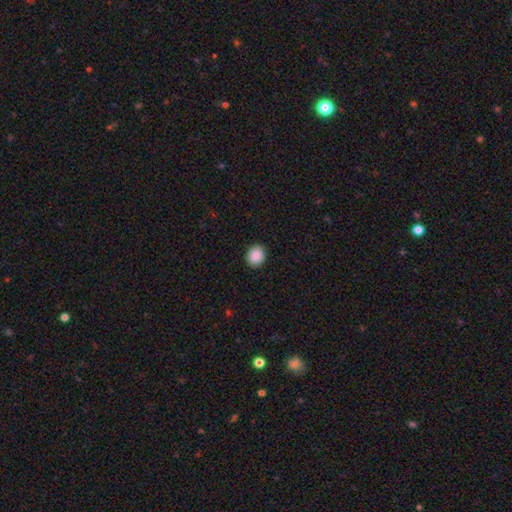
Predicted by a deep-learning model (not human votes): This appears to be a smooth galaxy with no disk features (89%) that is round (72%). Merging: none (90%).